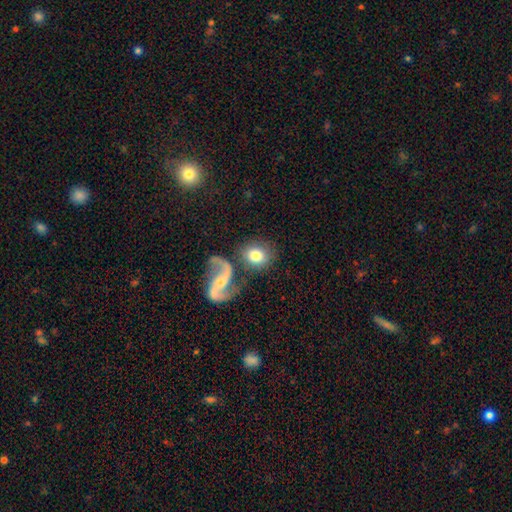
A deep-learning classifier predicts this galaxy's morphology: The model was most divided on "how rounded": round: 63%, in between: 35%, cigar-shaped: 2%. More confident: smooth or featured — smooth (66%); merging — none (59%).